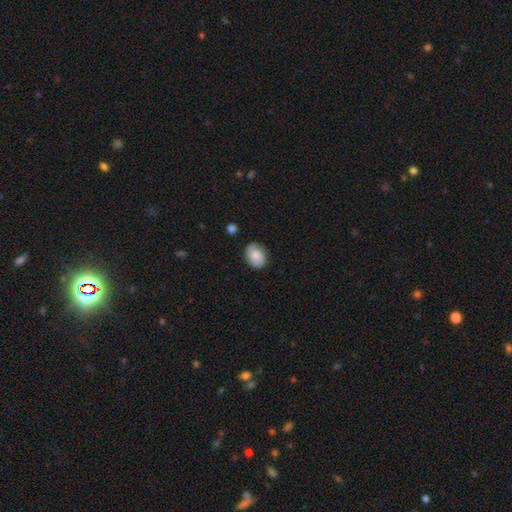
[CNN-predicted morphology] Overall: smooth (80%). How rounded: in between (57%; round 42%). Merging: none (80%).